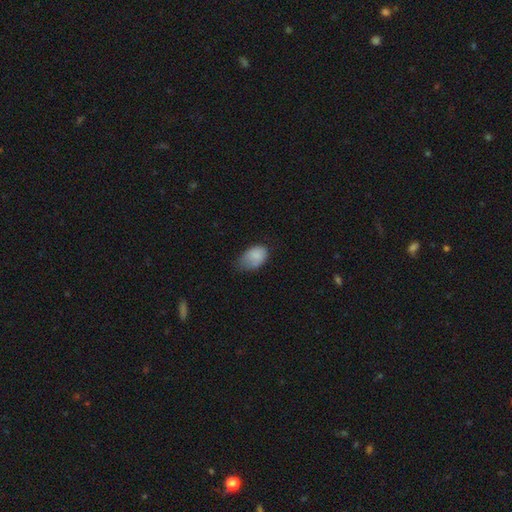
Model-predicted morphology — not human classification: This is clearly a smooth galaxy (84%). How rounded: clearly in between (87%). Merging: possibly minor disturbance (47%).